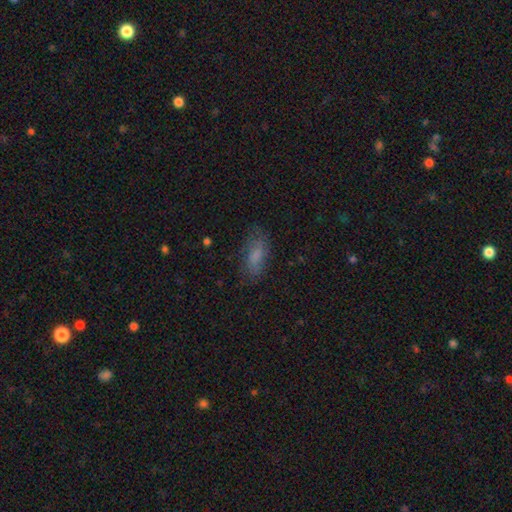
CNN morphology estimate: Smooth or featured? Predicted: smooth (p=0.71). How rounded? Predicted: in between (p=0.78). Merging? Predicted: none (p=0.69).